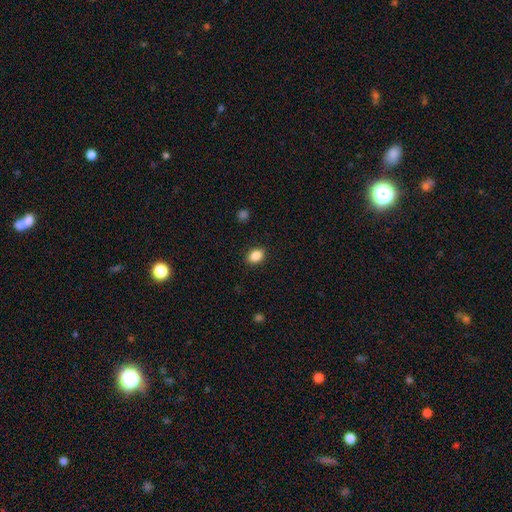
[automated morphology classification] This appears to be a smooth galaxy with no disk features (87%) that is in between round and cigar-shaped (74%). Merging: none (89%).